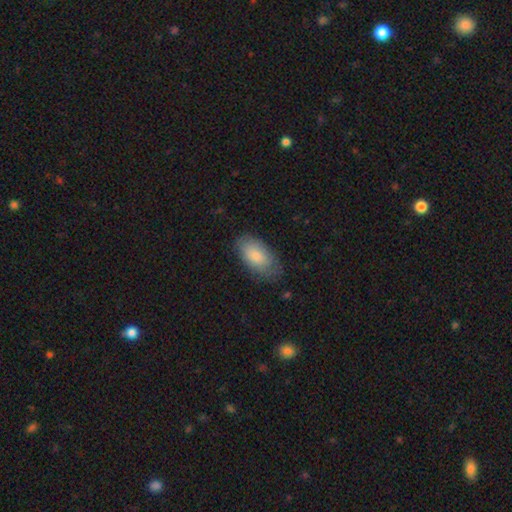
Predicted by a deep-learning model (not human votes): Overall: smooth (81%). How rounded: in between (94%). Merging: none (71%).